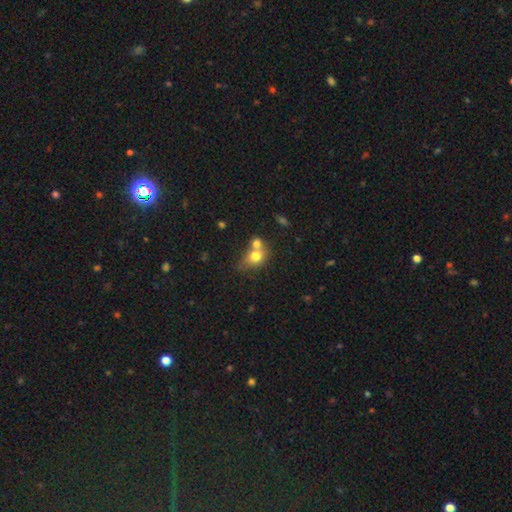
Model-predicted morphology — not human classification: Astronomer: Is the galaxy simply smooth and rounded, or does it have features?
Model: smooth — 73%.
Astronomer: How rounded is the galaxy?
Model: round — 55% (runner-up: in between, 43%).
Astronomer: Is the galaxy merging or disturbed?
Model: merger — 55%.